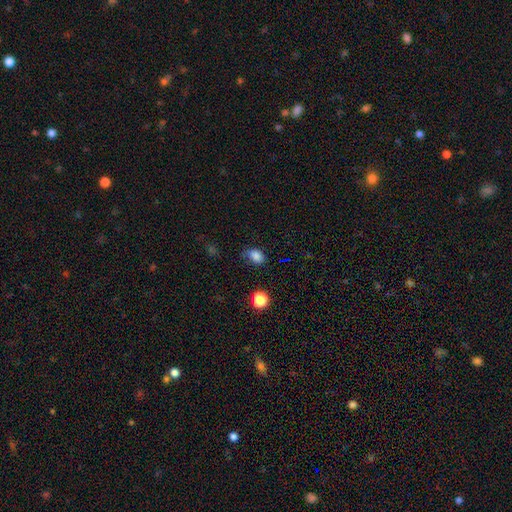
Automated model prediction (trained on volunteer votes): smooth-or-featured: smooth: 82% | star or artifact: 12% | featured or disk: 5%
  how-rounded: in between: 76% | round: 23% | cigar-shaped: 1%
  merging: none: 61% | minor disturbance: 28% | major disturbance: 8% | merger: 3%